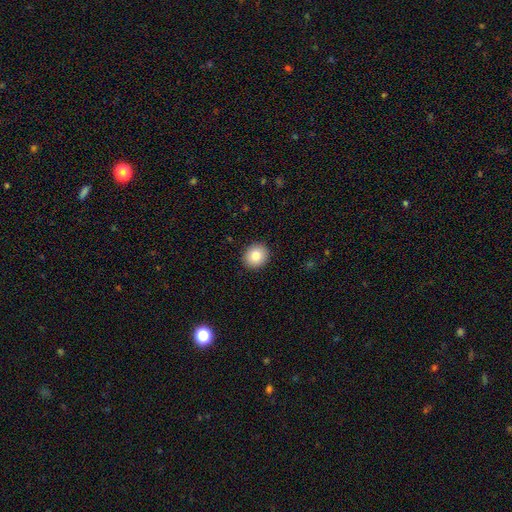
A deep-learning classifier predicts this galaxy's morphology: A smooth galaxy with no disk features (84%) that is round (78%). Merging: none (91%).